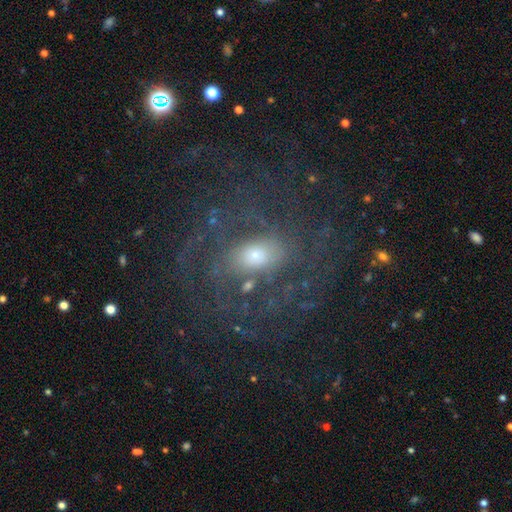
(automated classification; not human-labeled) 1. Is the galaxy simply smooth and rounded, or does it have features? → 81% featured or disk, 11% star or artifact, 8% smooth.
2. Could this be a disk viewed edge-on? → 96% no, 4% yes.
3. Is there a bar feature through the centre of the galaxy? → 54% no, 33% weak, 13% strong.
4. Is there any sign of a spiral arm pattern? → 91% yes, 9% no.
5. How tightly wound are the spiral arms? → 58% tight, 31% medium, 11% loose.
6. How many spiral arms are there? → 39% can't tell, 20% 2, 13% 3, 10% 4, 9% more than 4, 8% 1.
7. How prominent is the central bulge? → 46% moderate, 43% small, 7% large, 2% none, 2% dominant.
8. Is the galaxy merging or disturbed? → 73% none, 14% minor disturbance, 11% major disturbance, 2% merger.